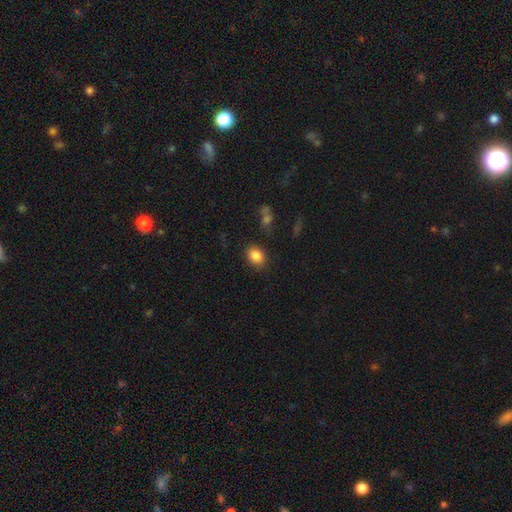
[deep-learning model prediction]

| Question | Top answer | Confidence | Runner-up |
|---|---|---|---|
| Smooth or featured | smooth | 86% | star or artifact (9%) |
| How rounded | in between | 61% | round (38%) |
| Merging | none | 84% | minor disturbance (11%) |